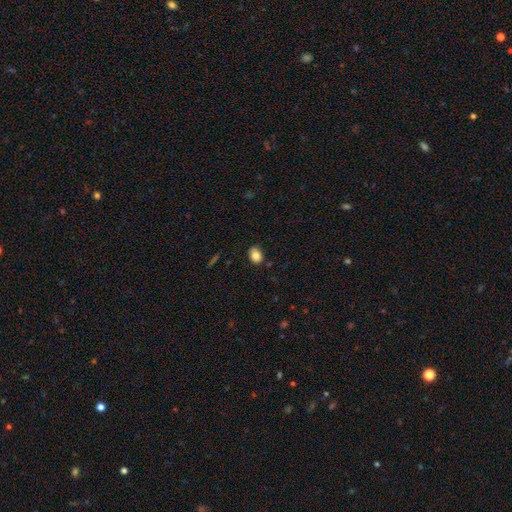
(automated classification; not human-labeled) A smooth galaxy with no disk features (81%) that is in between round and cigar-shaped (72%). Merging: none (82%).